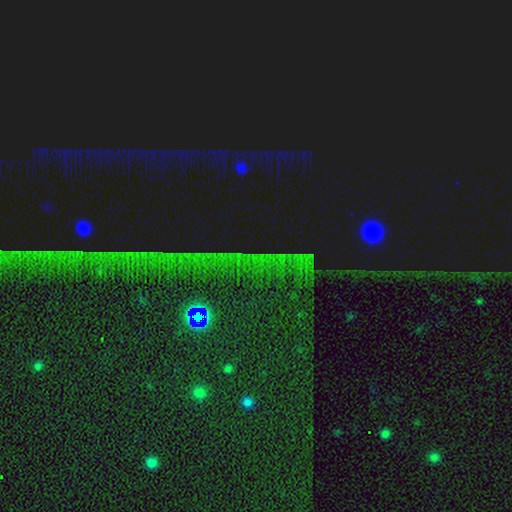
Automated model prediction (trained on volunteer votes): A star or artifact, not a galaxy (85%).